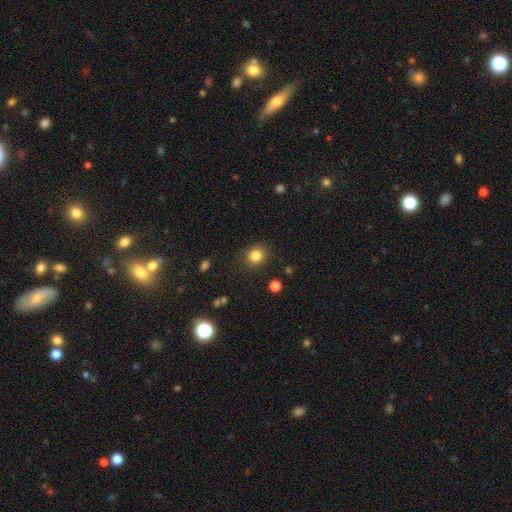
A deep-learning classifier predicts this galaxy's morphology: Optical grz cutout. It shows a smooth galaxy with no disk features (84%) that is round (78%). Merging: none (88%).